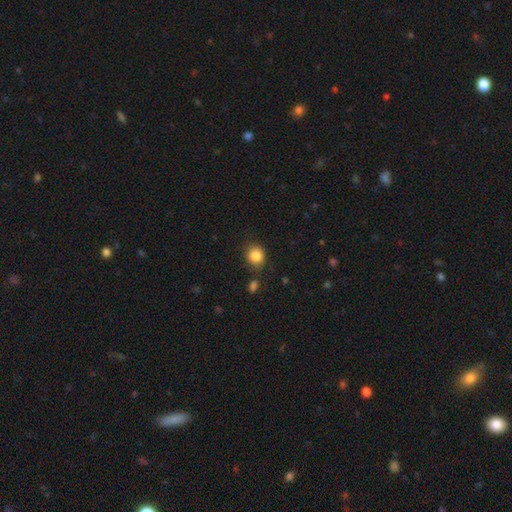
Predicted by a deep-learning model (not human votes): A smooth galaxy with no disk features (86%) that is round (79%).

Vote fractions:
- Smooth or featured? smooth: 86% / star or artifact: 10% / featured or disk: 5%
- How rounded? round: 79% / in between: 20% / cigar-shaped: 1%
- Merging? none: 80% / minor disturbance: 13% / merger: 4% / major disturbance: 3%